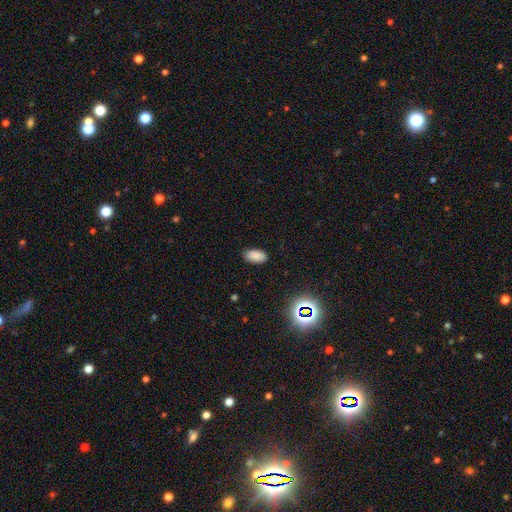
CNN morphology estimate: smooth 84%, star or artifact 11%, featured or disk 4%. Down the decision tree: how rounded — in between (94%); merging — none (87%).